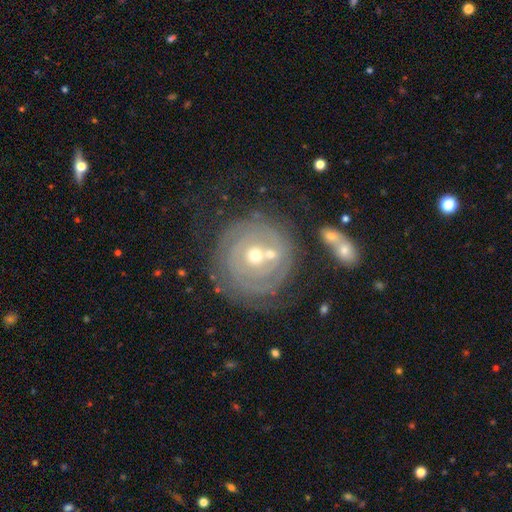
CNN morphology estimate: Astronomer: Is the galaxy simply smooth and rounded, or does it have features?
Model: featured or disk — 75%.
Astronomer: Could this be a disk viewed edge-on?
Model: no — 97%.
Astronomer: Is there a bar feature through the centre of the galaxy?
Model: no — 82%.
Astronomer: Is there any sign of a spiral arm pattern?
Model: yes — 76%.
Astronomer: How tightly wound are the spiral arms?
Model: tight — 82%.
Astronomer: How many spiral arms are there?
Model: can't tell — 45% (runner-up: 2, 24%).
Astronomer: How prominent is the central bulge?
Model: moderate — 52% (runner-up: small, 42%).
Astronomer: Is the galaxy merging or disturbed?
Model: none — 60%.